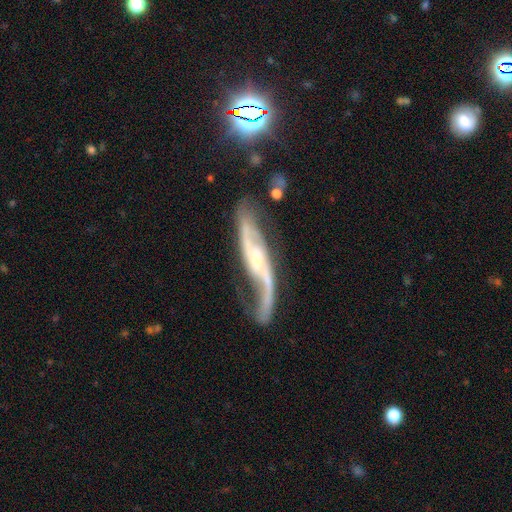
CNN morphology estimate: type=featured or disk (87%); edge-on=no (81%); bar=no (45%); spiral arms=yes (96%); winding=loose (67%); arm count=2 (89%); bulge=small (63%); merging=none (60%).